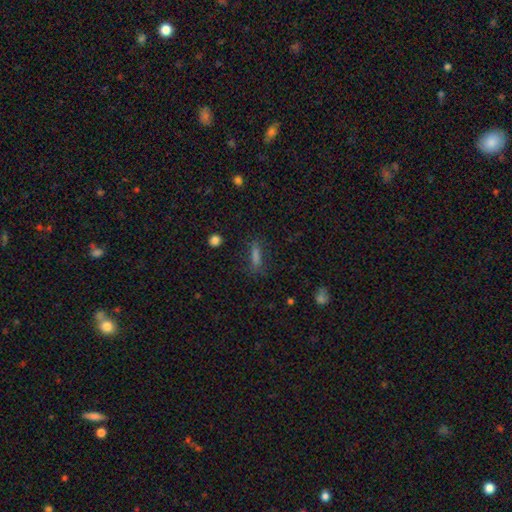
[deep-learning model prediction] Morphology: type=smooth (65%); roundness=cigar-shaped (67%); merging=none (76%).